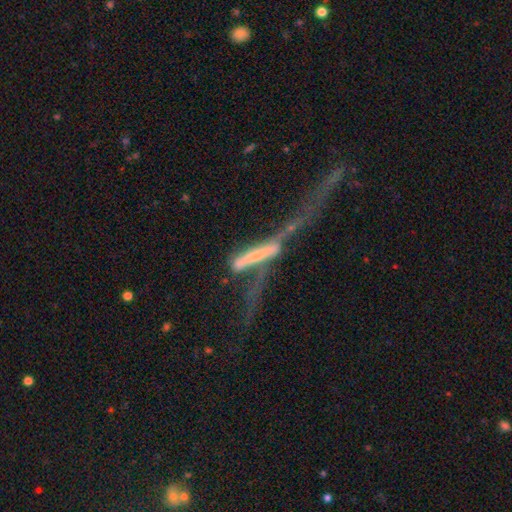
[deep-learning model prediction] Overall: featured or disk (63%; smooth 28%). Edge-on disk: yes (58%; no 42%). Merging: major disturbance (53%; merger 23%).